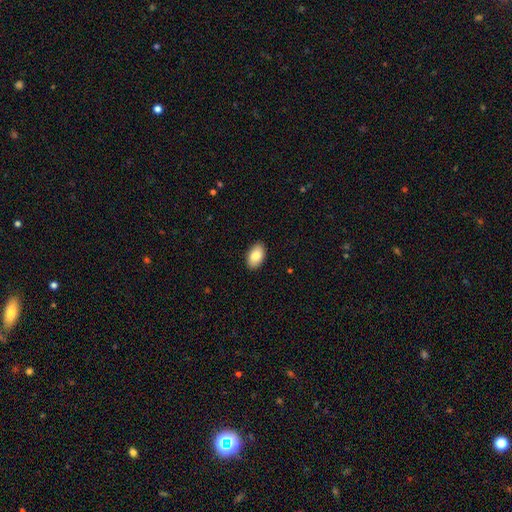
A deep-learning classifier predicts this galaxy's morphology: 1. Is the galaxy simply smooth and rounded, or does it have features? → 85% smooth, 8% featured or disk, 7% star or artifact.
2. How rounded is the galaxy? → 93% in between, 5% round, 1% cigar-shaped.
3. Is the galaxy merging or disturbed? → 90% none, 8% minor disturbance, 2% major disturbance, 1% merger.